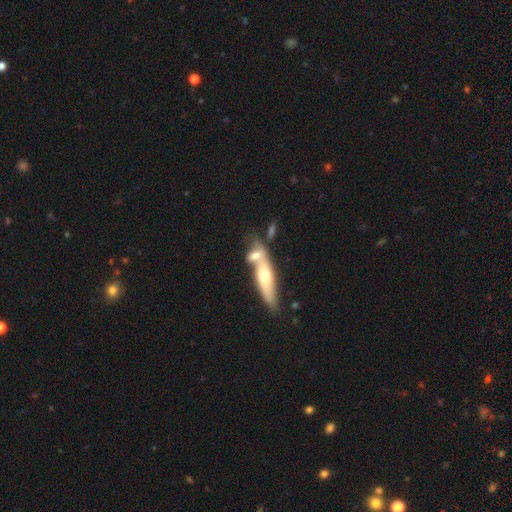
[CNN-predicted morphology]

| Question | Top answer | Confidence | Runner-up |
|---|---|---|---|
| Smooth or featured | smooth | 55% | featured or disk (38%) |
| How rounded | in between | 54% | cigar-shaped (40%) |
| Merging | merger | 59% | none (27%) |